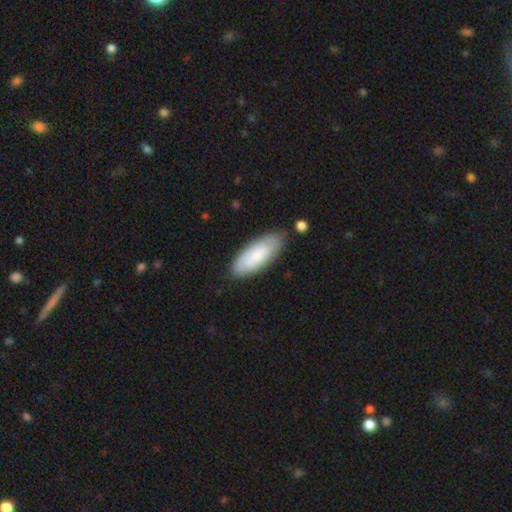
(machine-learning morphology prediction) smooth-or-featured: smooth: 77% | featured or disk: 18% | star or artifact: 6%
  how-rounded: in between: 75% | cigar-shaped: 23% | round: 2%
  merging: none: 80% | minor disturbance: 14% | major disturbance: 3% | merger: 3%